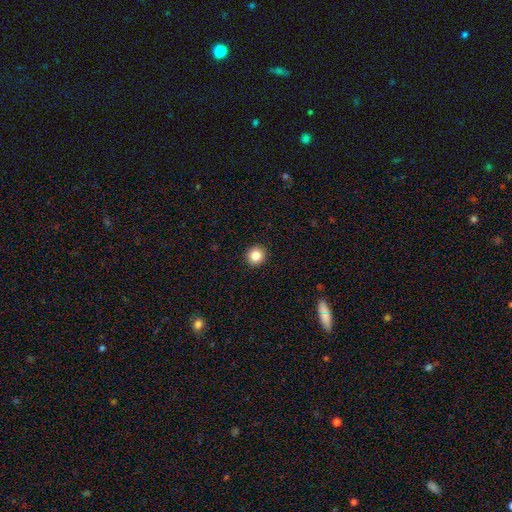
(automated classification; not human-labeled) A smooth galaxy with no disk features (86%) that is round (91%).

Vote fractions:
- Smooth or featured? smooth: 86% / star or artifact: 10% / featured or disk: 5%
- How rounded? round: 91% / in between: 9% / cigar-shaped: 1%
- Merging? none: 93% / minor disturbance: 5% / major disturbance: 2% / merger: 1%